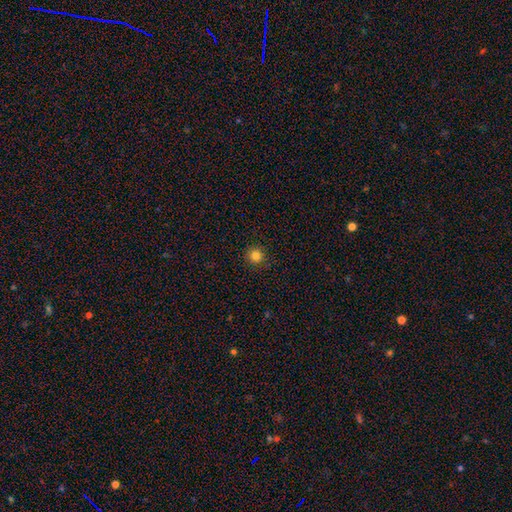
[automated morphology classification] Smooth or featured?
  - smooth: 82% *
  - star or artifact: 13%
  - featured or disk: 5%
How rounded?
  - round: 95% *
  - in between: 4%
  - cigar-shaped: 1%
Merging?
  - none: 92% *
  - minor disturbance: 5%
  - major disturbance: 2%
  - merger: 1%